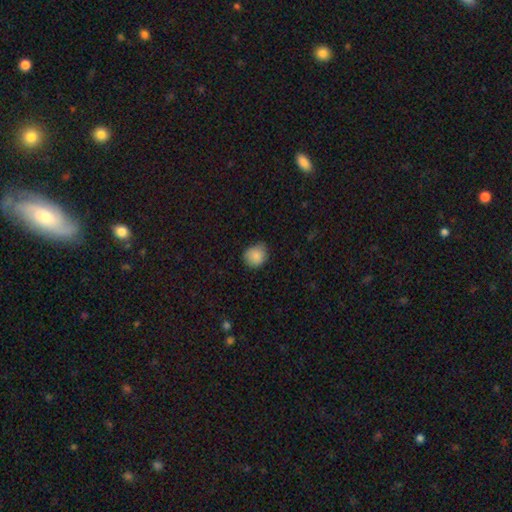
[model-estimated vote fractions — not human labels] This is clearly a smooth galaxy (87%). How rounded: likely round (77%). Merging: likely none (73%).